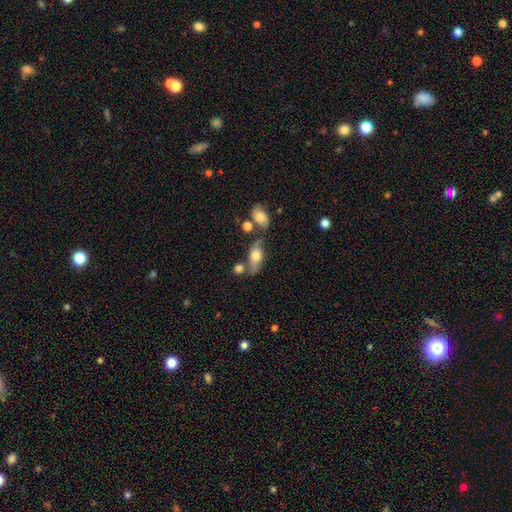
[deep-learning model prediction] This appears to be a smooth galaxy with no disk features (58%) that is in between round and cigar-shaped (82%). Merging: none (54%).